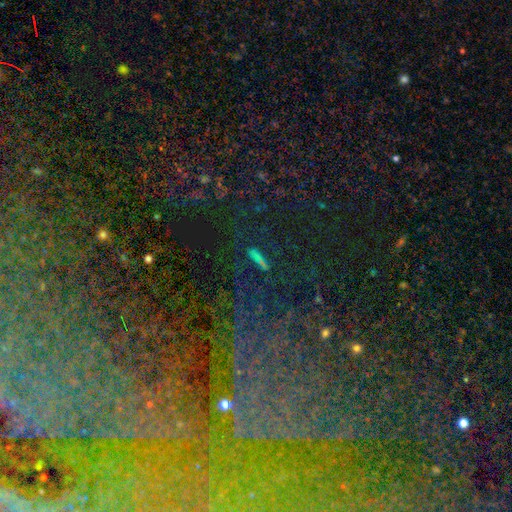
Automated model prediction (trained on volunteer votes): smooth-or-featured: star or artifact: 50% | smooth: 31% | featured or disk: 18%